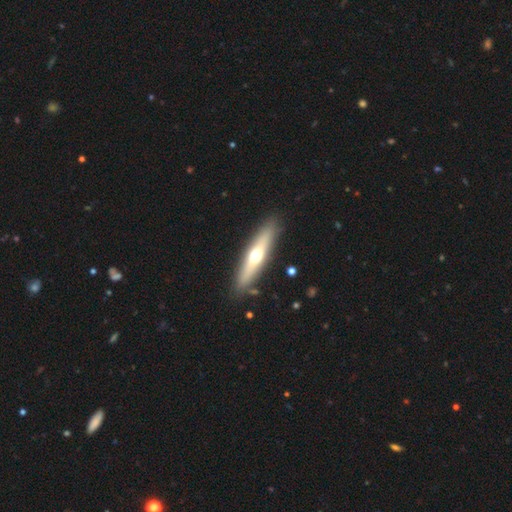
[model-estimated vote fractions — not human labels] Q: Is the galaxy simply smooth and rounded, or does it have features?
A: featured or disk — 49%.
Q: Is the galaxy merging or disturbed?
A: none — 88%.